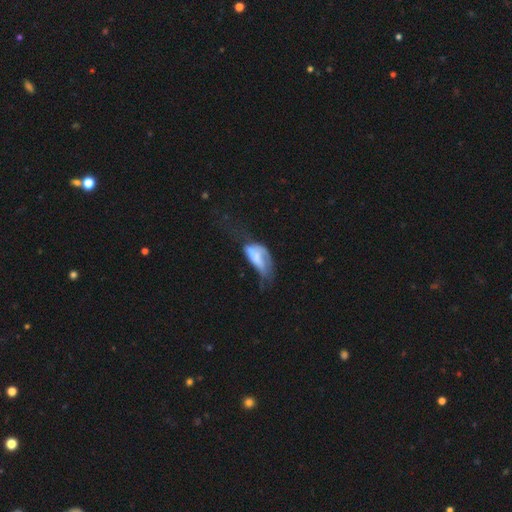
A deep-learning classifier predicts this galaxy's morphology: A smooth galaxy with no disk features (49%). Merging: major disturbance (48%).